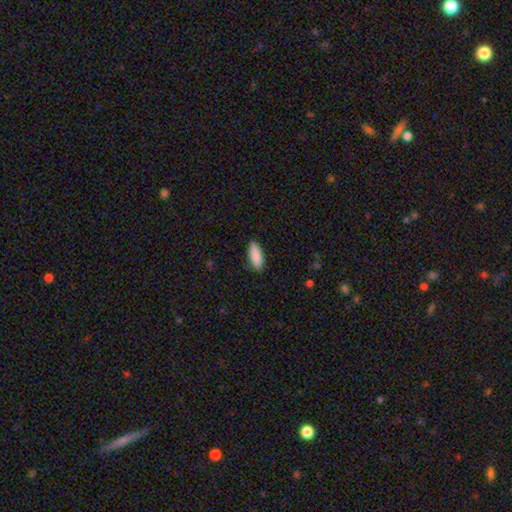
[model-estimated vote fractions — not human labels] smooth-or-featured: smooth: 90% | star or artifact: 6% | featured or disk: 4%
  how-rounded: in between: 72% | cigar-shaped: 27% | round: 2%
  merging: none: 87% | minor disturbance: 10% | major disturbance: 2% | merger: 1%